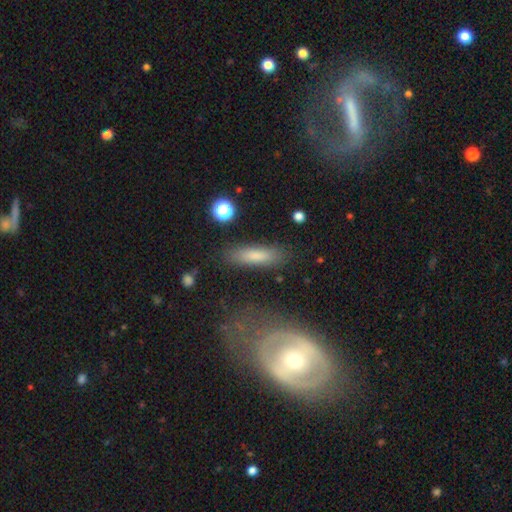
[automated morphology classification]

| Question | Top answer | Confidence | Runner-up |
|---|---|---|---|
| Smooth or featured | smooth | 78% | featured or disk (15%) |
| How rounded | cigar-shaped | 70% | in between (28%) |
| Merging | none | 83% | minor disturbance (10%) |